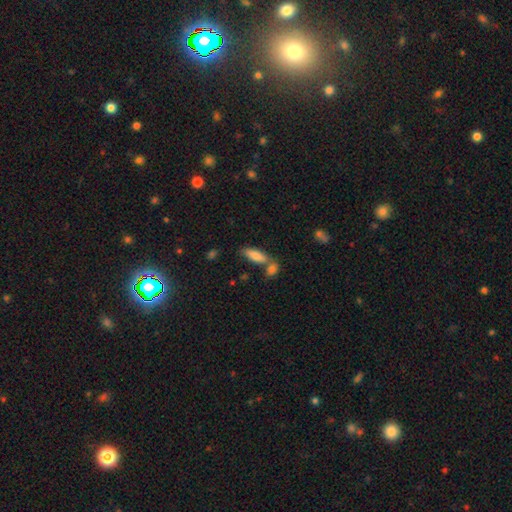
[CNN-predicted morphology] A smooth galaxy with no disk features (83%) that is in between round and cigar-shaped (64%).

Vote fractions:
- Smooth or featured? smooth: 83% / featured or disk: 10% / star or artifact: 7%
- How rounded? in between: 64% / cigar-shaped: 34% / round: 2%
- Merging? none: 52% / merger: 32% / minor disturbance: 12% / major disturbance: 4%